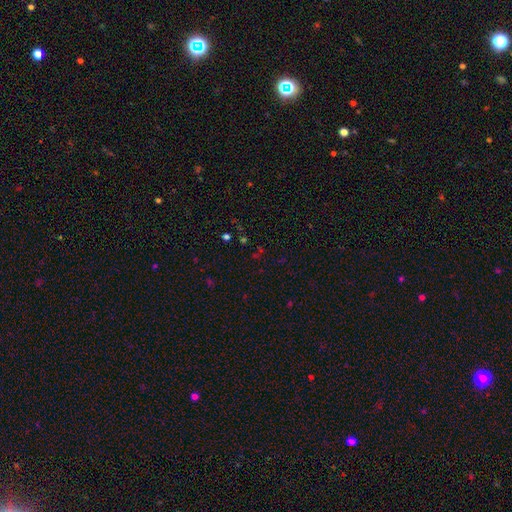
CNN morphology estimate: smooth_or_featured: star or artifact (p=0.61) [alt: smooth p=0.31]